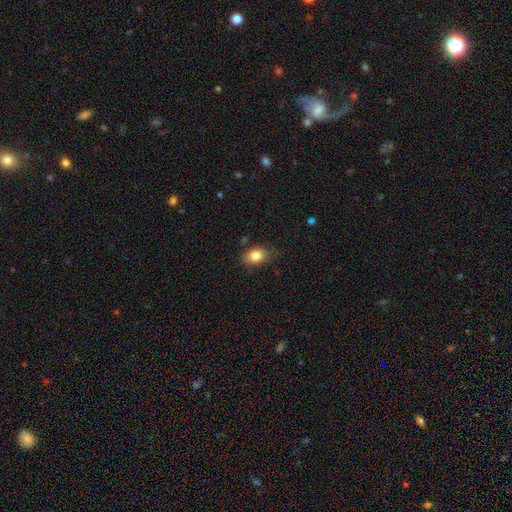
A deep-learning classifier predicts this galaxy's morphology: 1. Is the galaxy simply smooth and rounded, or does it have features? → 84% smooth, 8% star or artifact, 8% featured or disk.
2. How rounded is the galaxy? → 81% in between, 17% round, 1% cigar-shaped.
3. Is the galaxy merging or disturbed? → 79% none, 16% minor disturbance, 3% major disturbance, 2% merger.